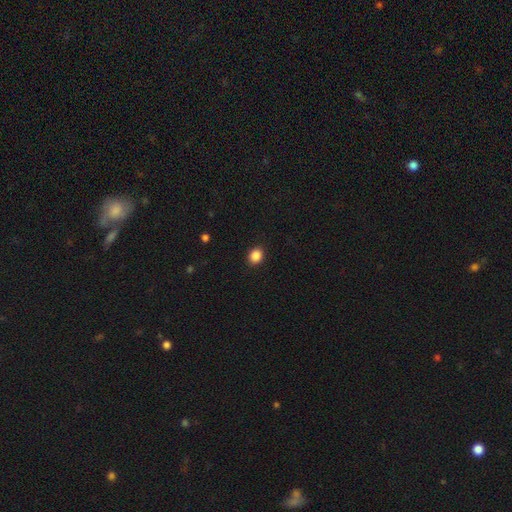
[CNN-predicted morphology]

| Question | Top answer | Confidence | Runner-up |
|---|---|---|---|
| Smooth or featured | smooth | 87% | star or artifact (10%) |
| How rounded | round | 61% | in between (38%) |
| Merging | none | 90% | minor disturbance (7%) |